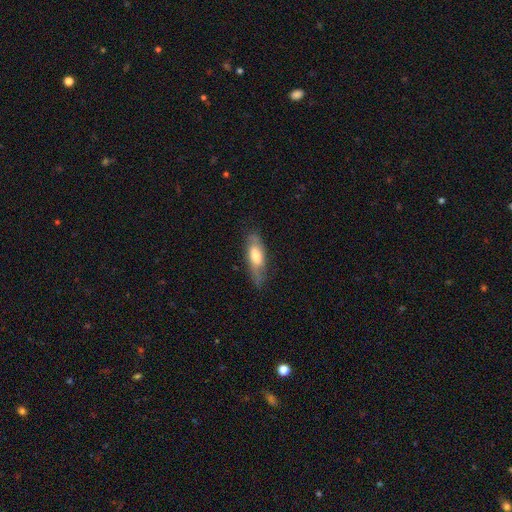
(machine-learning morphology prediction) The model was most divided on "smooth or featured": smooth: 54%, featured or disk: 40%, star or artifact: 6%. More confident: merging — none (67%); how rounded — in between (63%).